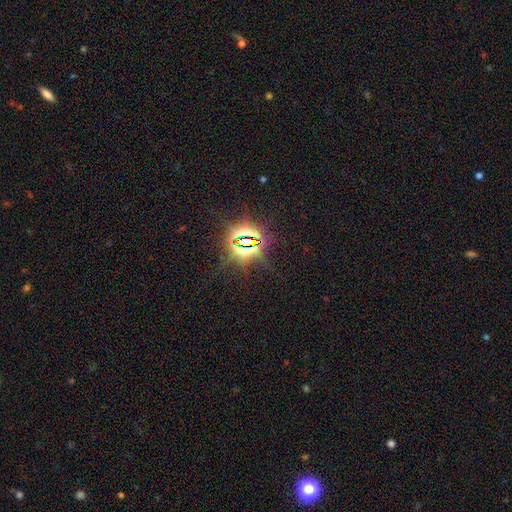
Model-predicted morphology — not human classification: A star or artifact, not a galaxy (84%).